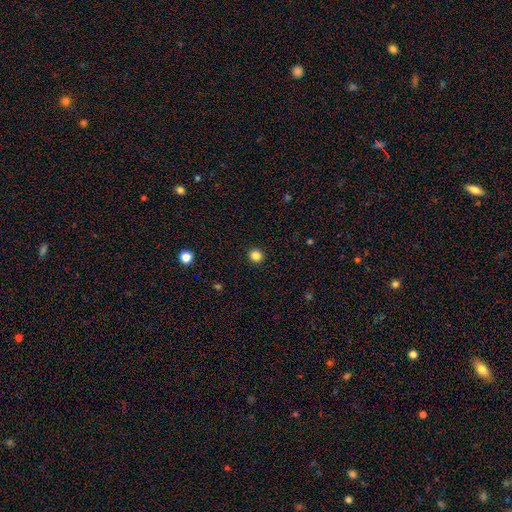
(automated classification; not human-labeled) Smooth or featured? smooth (84%)
How rounded? round (91%)
Merging? none (93%)